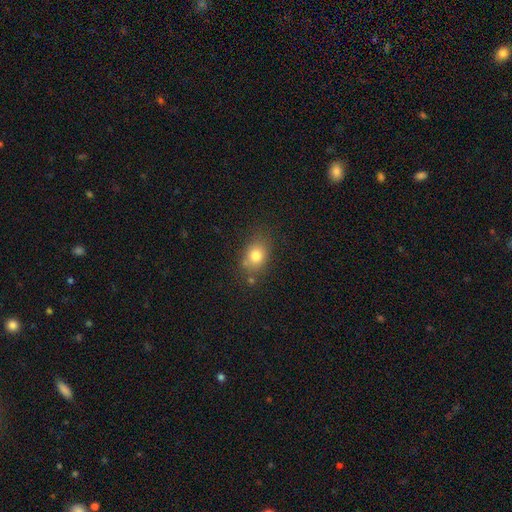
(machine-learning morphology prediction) smooth_or_featured: smooth (p=0.79) [alt: star or artifact p=0.11]
how_rounded: in between (p=0.58) [alt: round p=0.40]
merging: none (p=0.70) [alt: minor disturbance p=0.19]